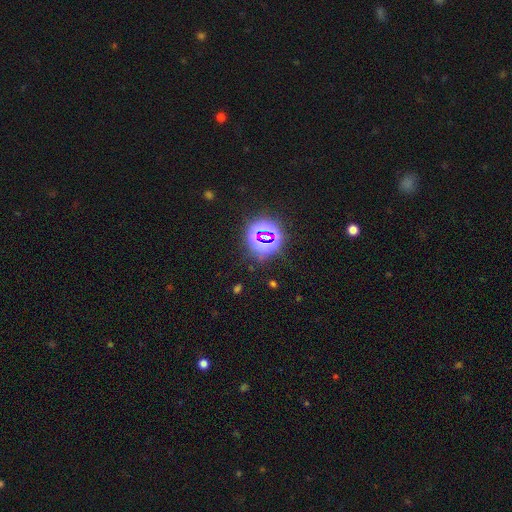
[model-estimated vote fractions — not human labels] A star or artifact, not a galaxy (79%).